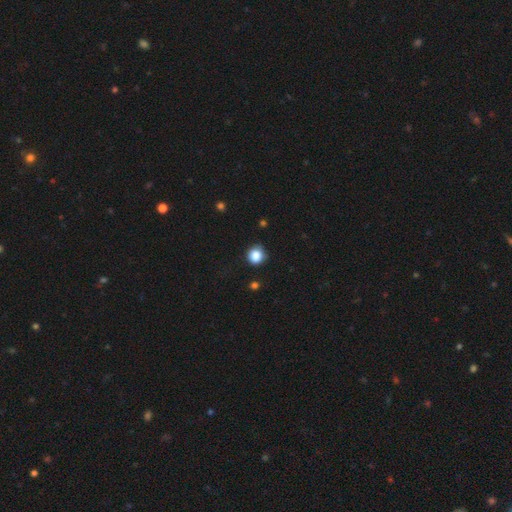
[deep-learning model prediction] Q: Smooth or featured?
A: smooth (85%); runner-up: star or artifact (11%)
Q: How rounded?
A: round (87%); runner-up: in between (12%)
Q: Merging?
A: none (78%); runner-up: minor disturbance (17%)